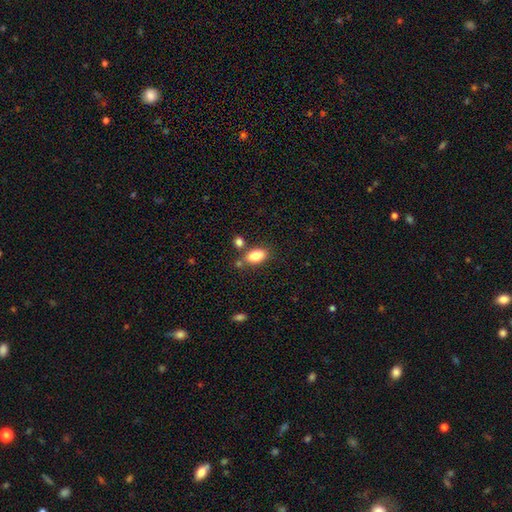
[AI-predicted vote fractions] Morphology: type=smooth (86%); roundness=in between (90%); merging=none (70%).